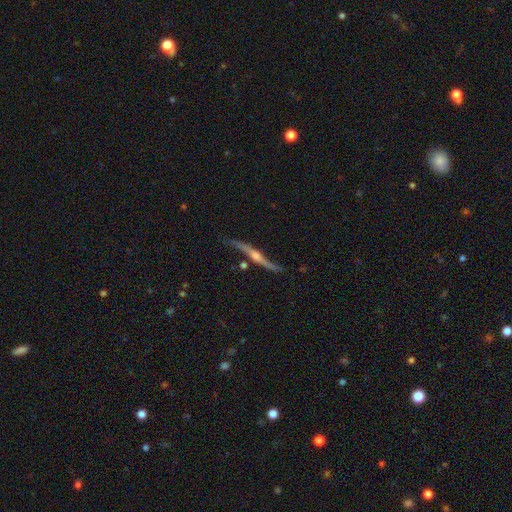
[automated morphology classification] Smooth or featured: featured or disk — 85% (smooth — 10%)
Edge-on disk: yes — 90% (no — 10%)
Edge-on bulge: rounded — 87% (none — 7%)
Merging: none — 72% (minor disturbance — 18%)